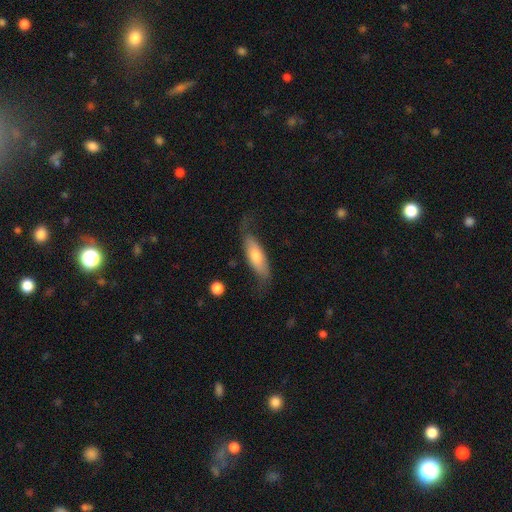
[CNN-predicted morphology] Smooth or featured: smooth — 60% (featured or disk — 34%)
How rounded: in between — 61% (cigar-shaped — 36%)
Merging: none — 56% (minor disturbance — 27%)